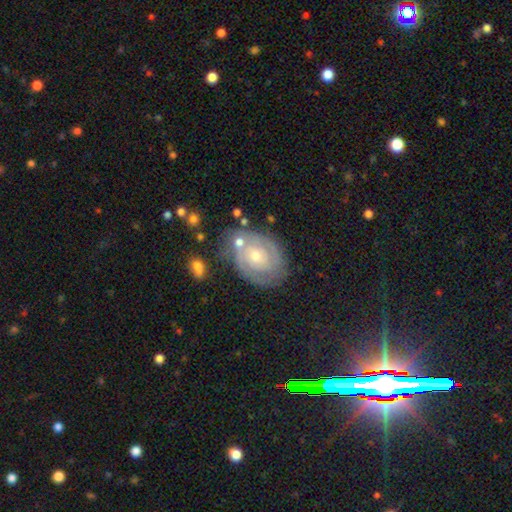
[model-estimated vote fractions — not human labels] smooth-or-featured: featured or disk: 75% | smooth: 18% | star or artifact: 7%
  disk-edge-on: no: 97% | yes: 3%
    bar: no: 74% | weak: 22% | strong: 4%
    has-spiral-arms: yes: 87% | no: 13%
      spiral-winding: tight: 70% | medium: 24% | loose: 7%
      spiral-arm-count: 2: 48% | can't tell: 31% | 3: 10% | 1: 6% | 4: 3% | more than 4: 3%
    bulge-size: small: 54% | moderate: 41% | large: 2% | none: 2% | dominant: 1%
  merging: none: 68% | minor disturbance: 18% | merger: 7% | major disturbance: 7%